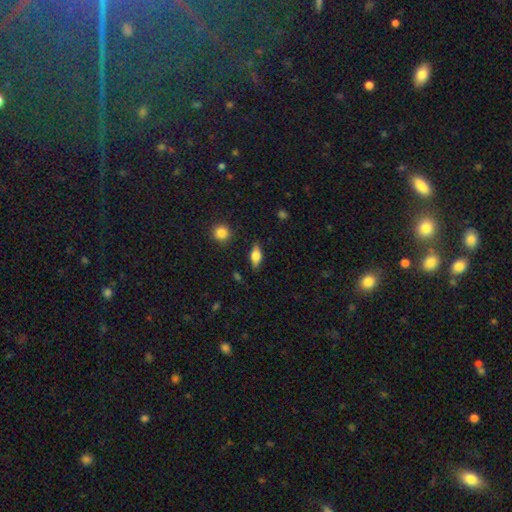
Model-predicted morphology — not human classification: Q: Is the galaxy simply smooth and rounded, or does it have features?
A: smooth — 62%.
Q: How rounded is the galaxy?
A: in between — 77%.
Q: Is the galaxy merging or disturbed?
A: none — 84%.